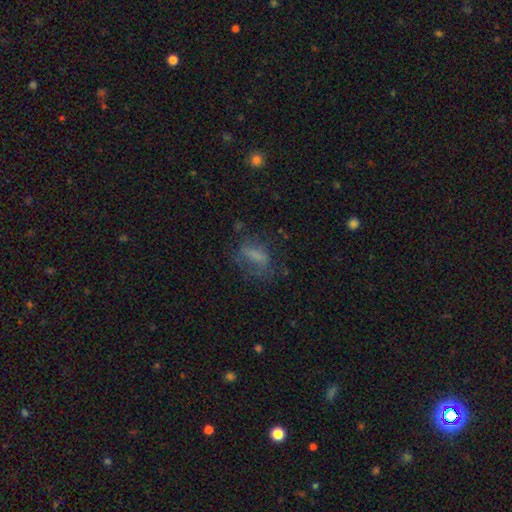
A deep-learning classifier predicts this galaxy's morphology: The model was most divided on "merging": none: 51%, minor disturbance: 23%, major disturbance: 23%, merger: 2%. More confident: how rounded — in between (69%); smooth or featured — smooth (62%).